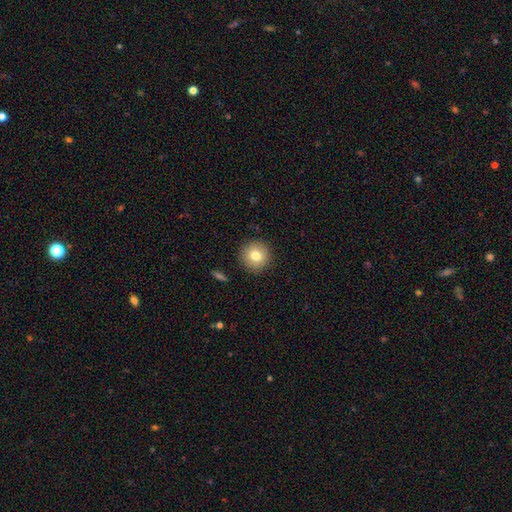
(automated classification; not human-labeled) Smooth or featured? smooth (79%)
How rounded? round (94%)
Merging? none (91%)